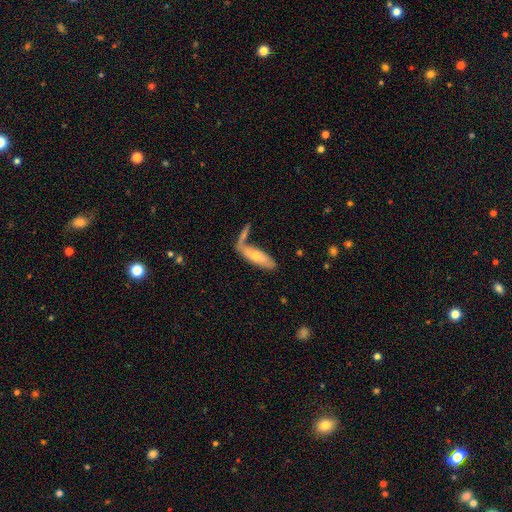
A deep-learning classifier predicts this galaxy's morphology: This appears to be a smooth galaxy with no disk features (63%) that is in between round and cigar-shaped (56%). Merging: none (41%).